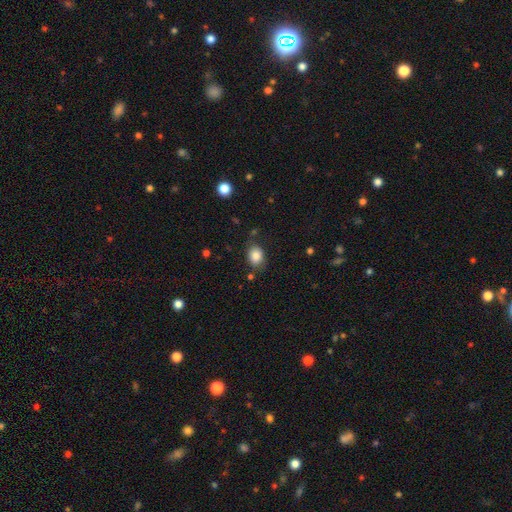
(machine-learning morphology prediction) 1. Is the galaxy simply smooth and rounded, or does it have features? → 84% smooth, 9% star or artifact, 6% featured or disk.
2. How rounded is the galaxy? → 54% in between, 45% round, 1% cigar-shaped.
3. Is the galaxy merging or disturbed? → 77% none, 15% minor disturbance, 4% major disturbance, 3% merger.